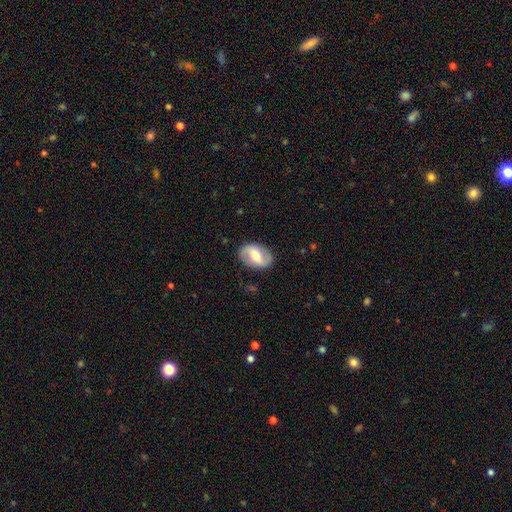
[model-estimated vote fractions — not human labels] A featured or disk galaxy (69%) with a weak bar (41%), 2 (90%) loose (43%) spiral arms (81%) and a moderate central bulge (69%). Merging: none (85%).